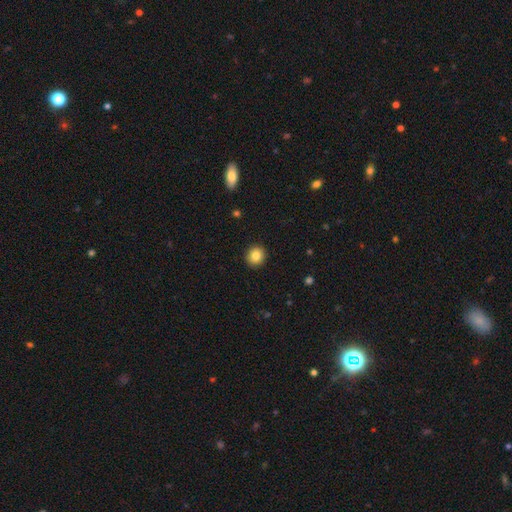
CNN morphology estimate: The model was most divided on "smooth or featured": smooth: 84%, star or artifact: 9%, featured or disk: 6%. More confident: merging — none (92%); how rounded — round (88%).